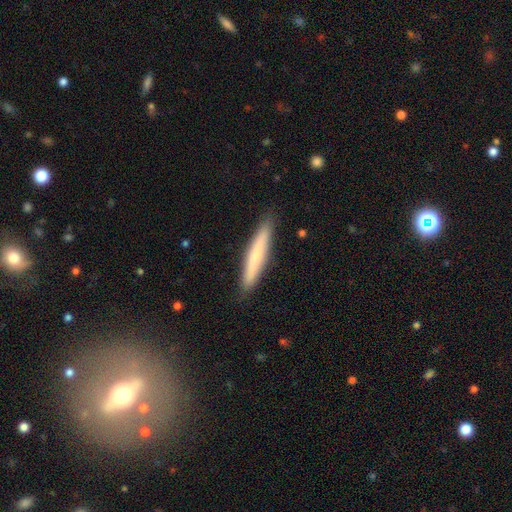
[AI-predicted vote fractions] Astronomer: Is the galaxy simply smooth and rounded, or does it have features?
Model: smooth — 66%.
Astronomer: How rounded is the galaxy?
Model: cigar-shaped — 94%.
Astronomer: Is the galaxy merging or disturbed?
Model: none — 89%.